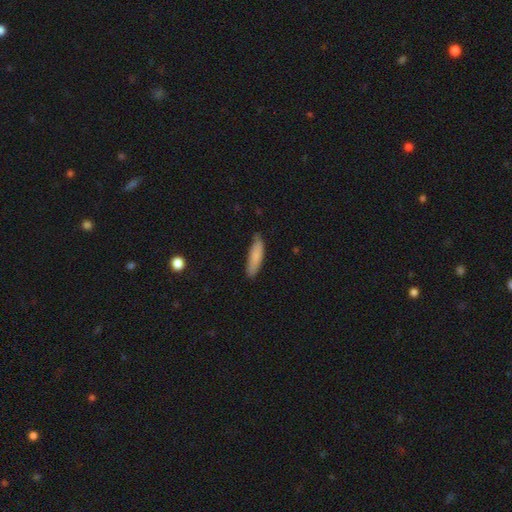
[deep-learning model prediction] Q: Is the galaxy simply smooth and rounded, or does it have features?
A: smooth — 82%.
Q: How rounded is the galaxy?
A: cigar-shaped — 65%.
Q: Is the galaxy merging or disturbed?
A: none — 77%.